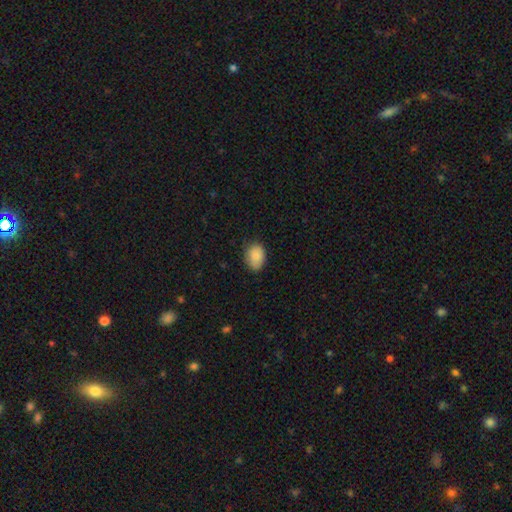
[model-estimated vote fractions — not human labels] Smooth or featured?
  - smooth: 88% *
  - star or artifact: 7%
  - featured or disk: 5%
How rounded?
  - in between: 73% *
  - round: 26%
  - cigar-shaped: 1%
Merging?
  - none: 75% *
  - minor disturbance: 21%
  - major disturbance: 3%
  - merger: 1%